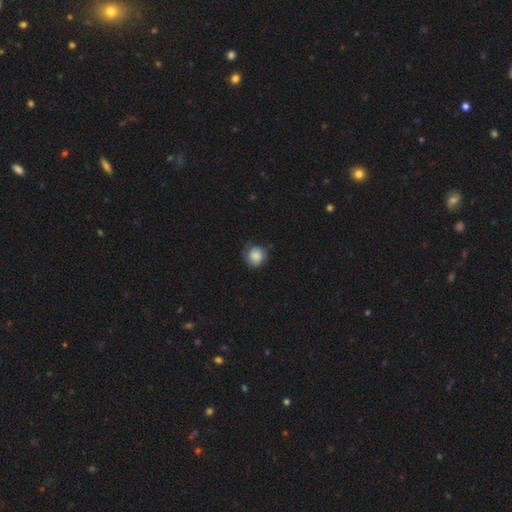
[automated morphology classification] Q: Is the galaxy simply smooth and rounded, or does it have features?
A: smooth — 81%.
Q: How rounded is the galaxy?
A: round — 87%.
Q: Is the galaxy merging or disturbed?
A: none — 69%.